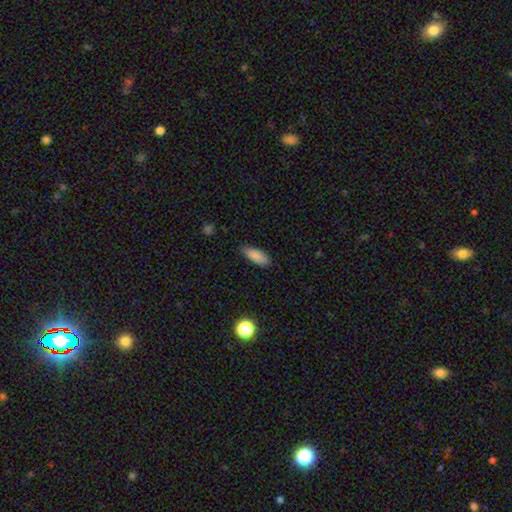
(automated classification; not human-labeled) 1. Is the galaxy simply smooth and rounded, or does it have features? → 87% smooth, 8% star or artifact, 6% featured or disk.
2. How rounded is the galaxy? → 74% in between, 24% cigar-shaped, 2% round.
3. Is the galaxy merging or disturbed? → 83% none, 14% minor disturbance, 3% major disturbance, 1% merger.